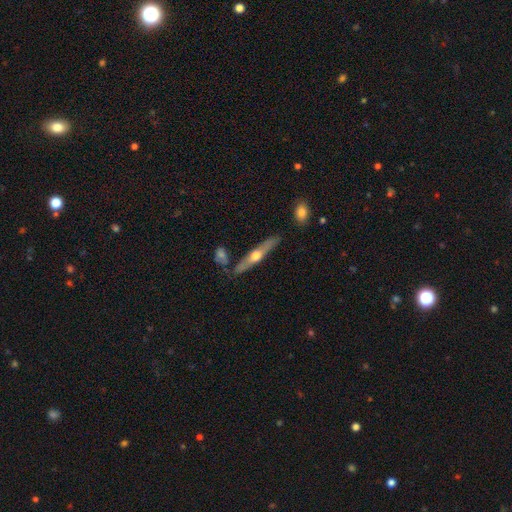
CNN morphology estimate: A featured or disk galaxy (63%) viewed edge-on (93%) with a rounded central bulge (91%). Merging: none (81%).